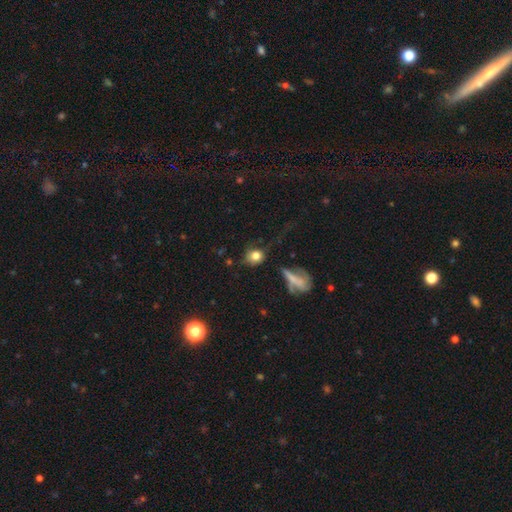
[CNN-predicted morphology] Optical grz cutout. It shows a smooth galaxy with no disk features (78%) that is round (70%). Merging: none (61%).